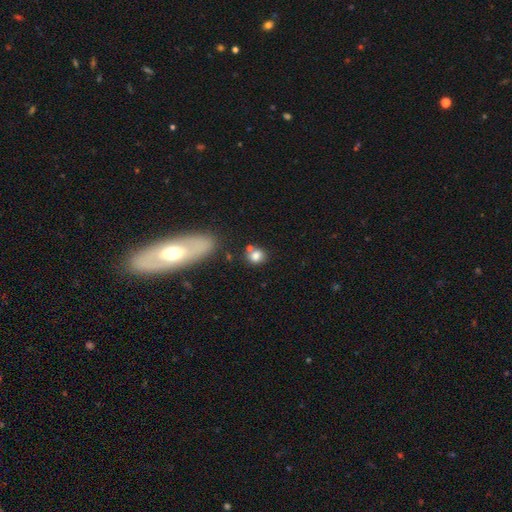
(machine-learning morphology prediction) The model was most divided on "how rounded": round: 67%, in between: 31%, cigar-shaped: 2%. More confident: smooth or featured — smooth (80%); merging — none (64%).